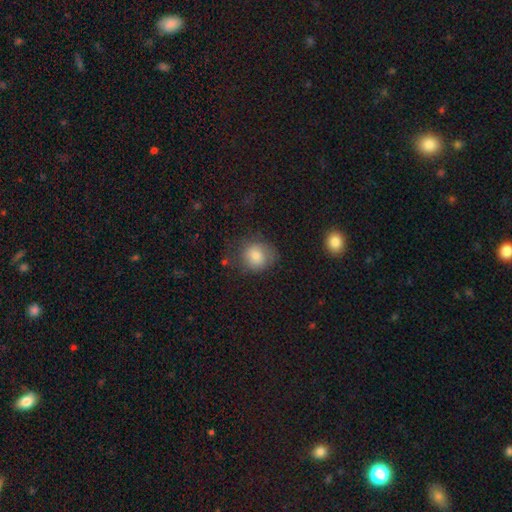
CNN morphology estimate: This is likely a smooth galaxy (77%). How rounded: likely round (73%). Merging: likely none (64%).